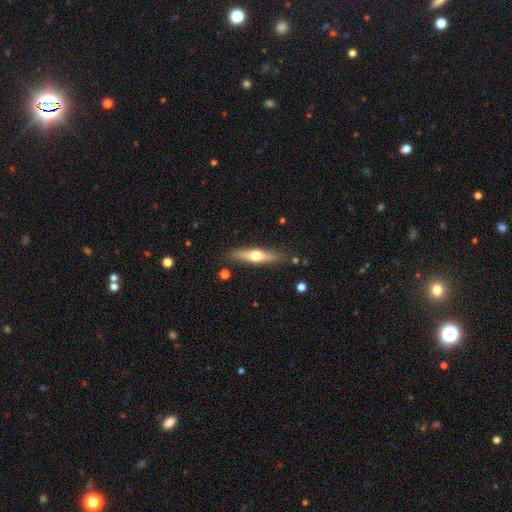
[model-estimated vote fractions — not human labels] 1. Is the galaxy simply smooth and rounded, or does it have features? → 52% featured or disk, 42% smooth, 6% star or artifact.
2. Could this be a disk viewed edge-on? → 90% yes, 10% no.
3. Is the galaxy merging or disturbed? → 85% none, 10% minor disturbance, 2% major disturbance, 2% merger.